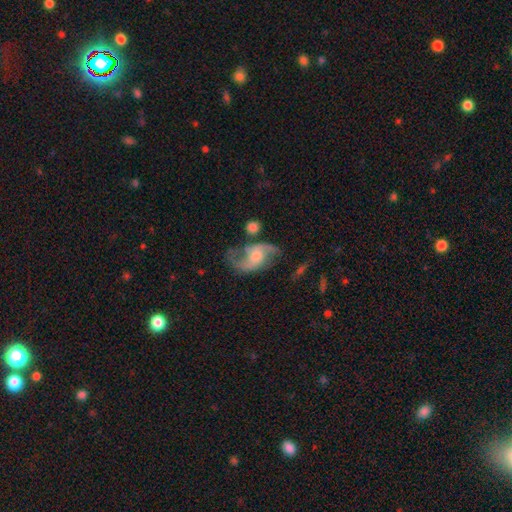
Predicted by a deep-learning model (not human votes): This is clearly a featured or disk galaxy (83%). It is clearly not viewed edge-on (96%). Bar: possibly no (56%). Spiral arm pattern: clearly yes (94%). Spiral arm count: clearly 2 (89%). Spiral winding: possibly loose (55%). Central bulge: marginally moderate (42%). Merging: possibly none (57%).